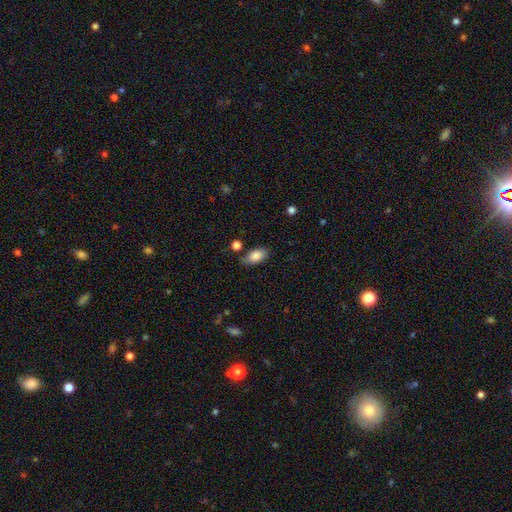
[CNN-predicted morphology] The model was most divided on "merging": none: 74%, minor disturbance: 17%, merger: 5%, major disturbance: 4%. More confident: how rounded — in between (92%); smooth or featured — smooth (85%).